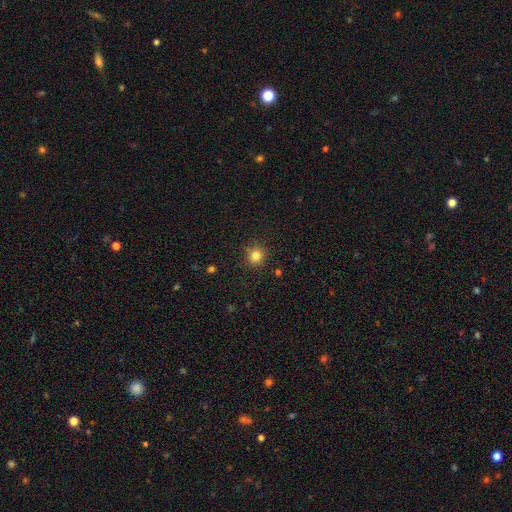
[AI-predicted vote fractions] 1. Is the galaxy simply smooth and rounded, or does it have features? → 81% smooth, 14% star or artifact, 5% featured or disk.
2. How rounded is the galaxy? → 88% round, 11% in between, 1% cigar-shaped.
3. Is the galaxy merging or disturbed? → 87% none, 9% minor disturbance, 2% major disturbance, 2% merger.